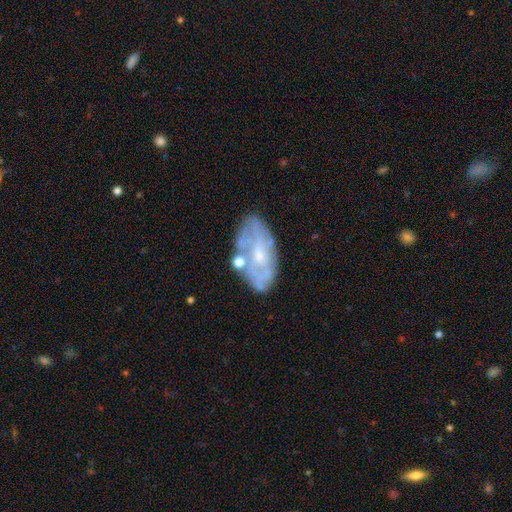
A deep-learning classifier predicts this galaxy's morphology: This appears to be a featured or disk galaxy (62%) with no bar (65%), no spiral arms (50%, tied with yes) and a small central bulge (51%). Merging: none (65%).